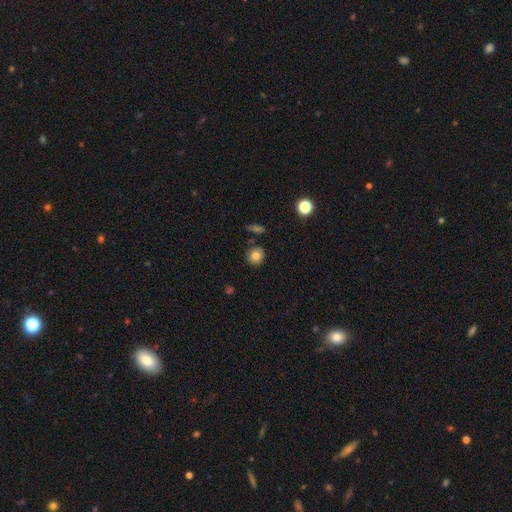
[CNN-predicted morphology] Overall: smooth (81%). How rounded: round (87%). Merging: none (83%).